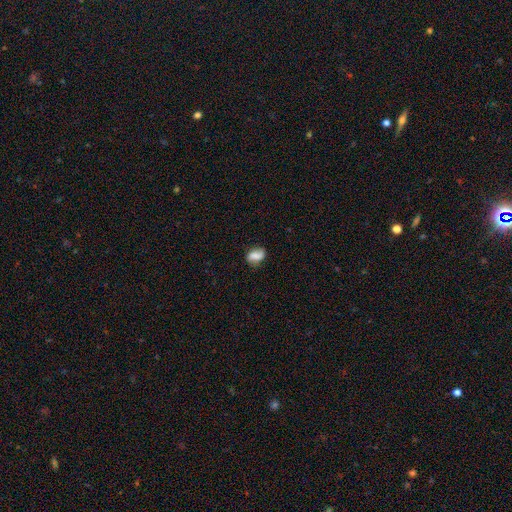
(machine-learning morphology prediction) smooth-or-featured: smooth: 63% | featured or disk: 27% | star or artifact: 10%
  how-rounded: in between: 76% | round: 21% | cigar-shaped: 3%
  merging: none: 70% | minor disturbance: 21% | major disturbance: 6% | merger: 3%